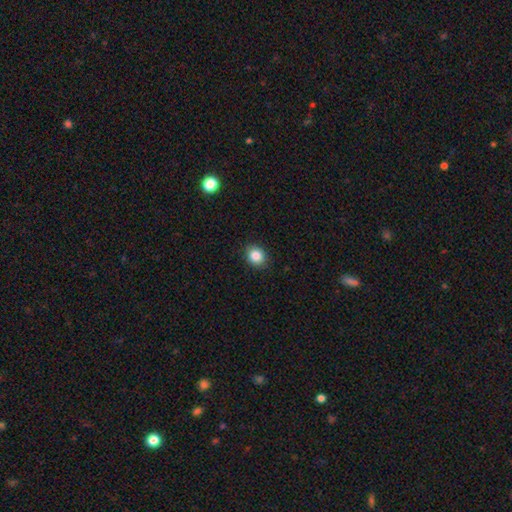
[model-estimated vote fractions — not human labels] Morphology: type=smooth (85%); roundness=round (66%); merging=none (89%).